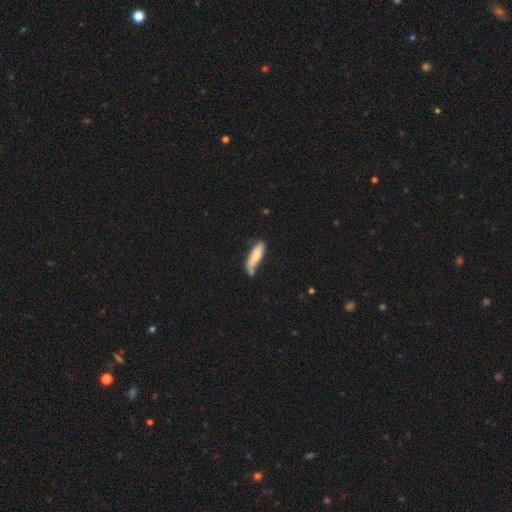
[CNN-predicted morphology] Smooth or featured: smooth — 75% (featured or disk — 19%)
How rounded: cigar-shaped — 64% (in between — 34%)
Merging: none — 48% (minor disturbance — 29%)